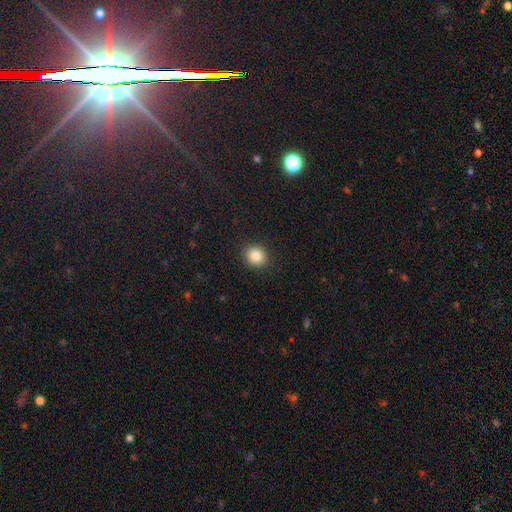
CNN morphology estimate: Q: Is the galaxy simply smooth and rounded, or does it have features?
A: smooth — 85%.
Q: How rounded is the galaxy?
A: round — 81%.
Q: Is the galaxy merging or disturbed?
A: none — 91%.